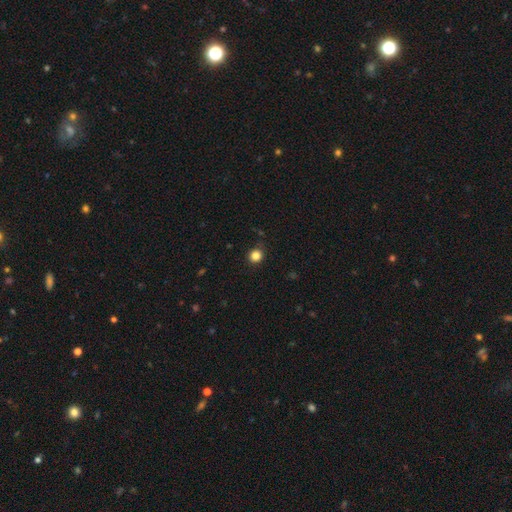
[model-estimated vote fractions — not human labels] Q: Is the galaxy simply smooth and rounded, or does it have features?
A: smooth — 84%.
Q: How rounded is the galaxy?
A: round — 89%.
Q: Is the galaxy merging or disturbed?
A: none — 89%.